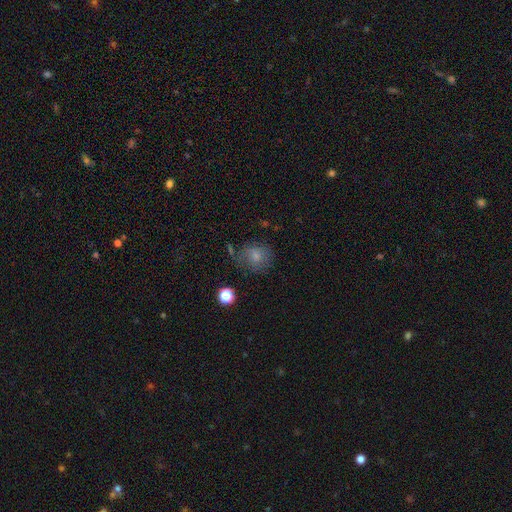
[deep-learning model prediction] A smooth galaxy with no disk features (71%) that is round (77%). Merging: none (61%).